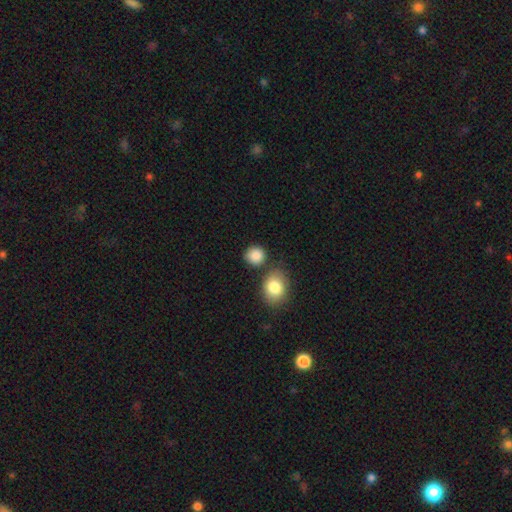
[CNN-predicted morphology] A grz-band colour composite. It shows a smooth galaxy with no disk features (87%) that is round (81%). Merging: none (75%).